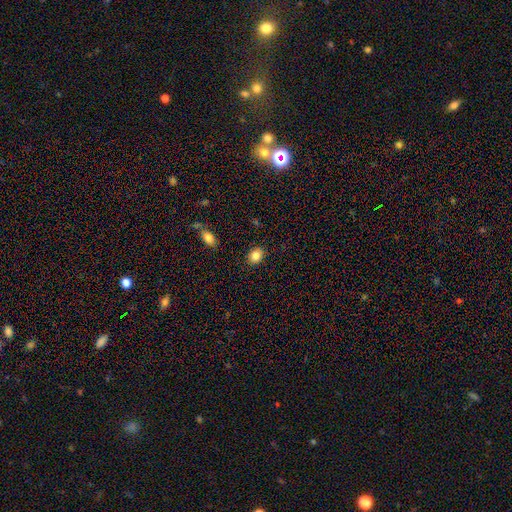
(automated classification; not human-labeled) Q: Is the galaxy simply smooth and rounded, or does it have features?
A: smooth — 85%.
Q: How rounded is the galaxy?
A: in between — 51%.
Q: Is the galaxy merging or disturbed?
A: none — 87%.